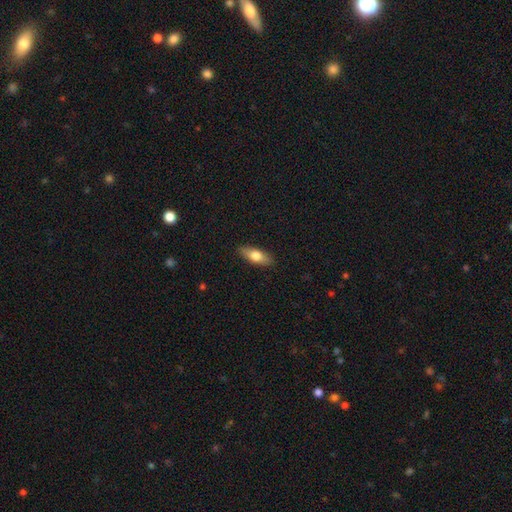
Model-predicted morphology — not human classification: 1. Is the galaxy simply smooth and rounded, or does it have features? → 71% smooth, 23% featured or disk, 6% star or artifact.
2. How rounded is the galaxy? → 69% in between, 28% cigar-shaped, 3% round.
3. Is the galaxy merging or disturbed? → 88% none, 9% minor disturbance, 2% major disturbance, 1% merger.